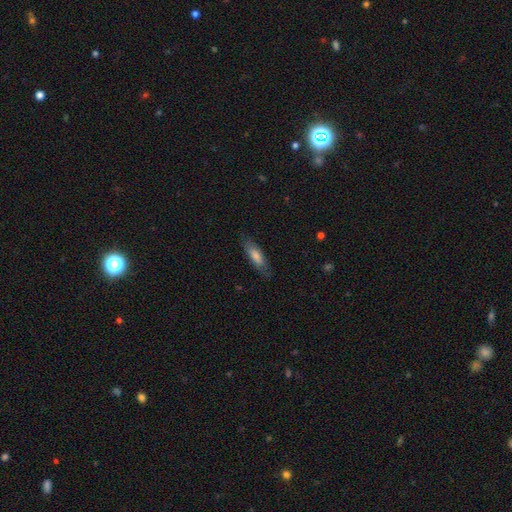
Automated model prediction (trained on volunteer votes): Morphology: type=smooth (69%); roundness=in between (51%); merging=none (80%).